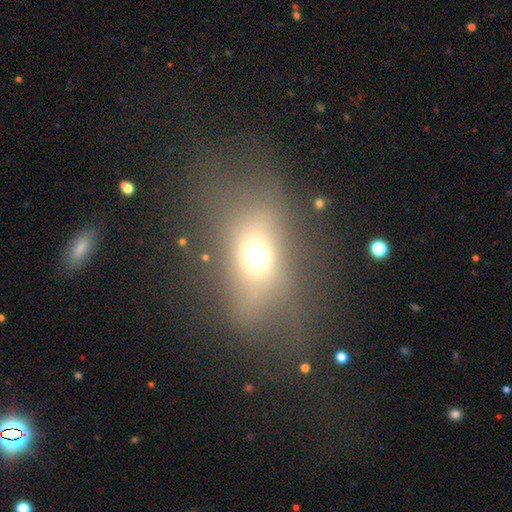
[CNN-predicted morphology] Overall: smooth (56%; featured or disk 22%). How rounded: in between (59%; round 37%). Merging: none (52%; major disturbance 26%).